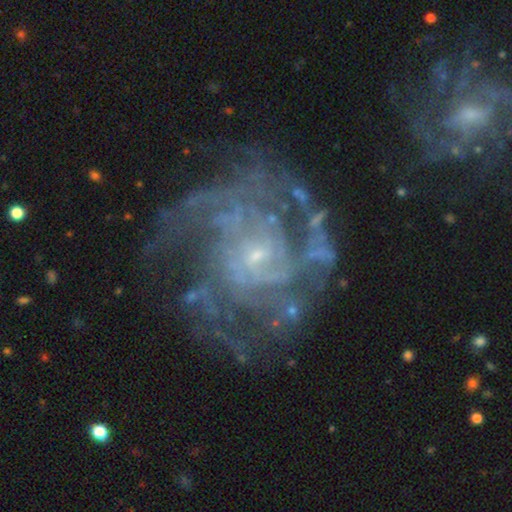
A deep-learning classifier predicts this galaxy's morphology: Smooth or featured? Predicted: featured or disk (p=0.86). Edge-on disk? Predicted: no (p=0.98). Bar? Predicted: no (p=0.66). Spiral arms? Predicted: yes (p=0.92). Spiral winding? Predicted: tight (p=0.51). Spiral arm count? Predicted: can't tell (p=0.34). Bulge size? Predicted: small (p=0.77). Merging? Predicted: none (p=0.63).